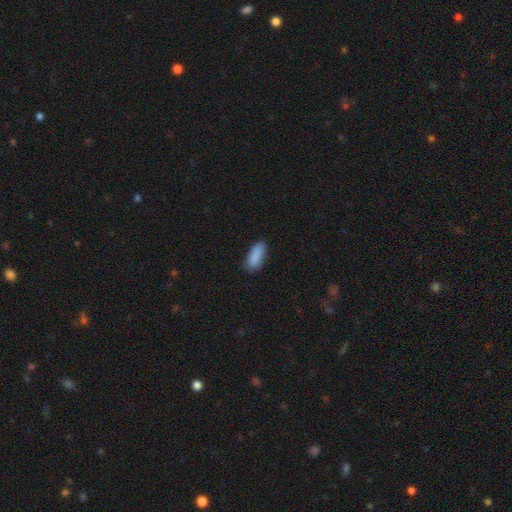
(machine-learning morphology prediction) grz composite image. It shows a smooth galaxy with no disk features (87%) that is in between round and cigar-shaped (73%). Merging: none (73%).